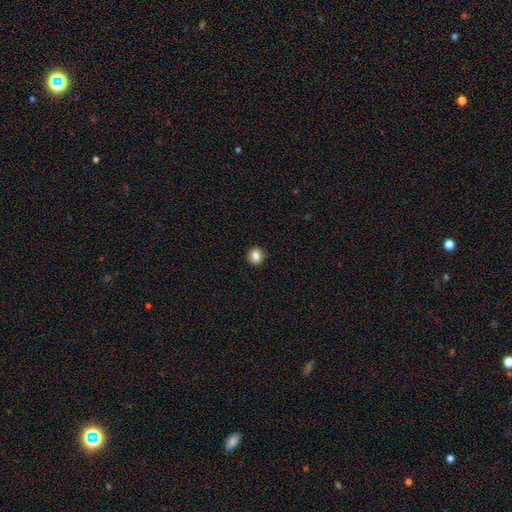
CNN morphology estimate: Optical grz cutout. It shows a smooth galaxy with no disk features (83%) that is round (70%). Merging: none (89%).